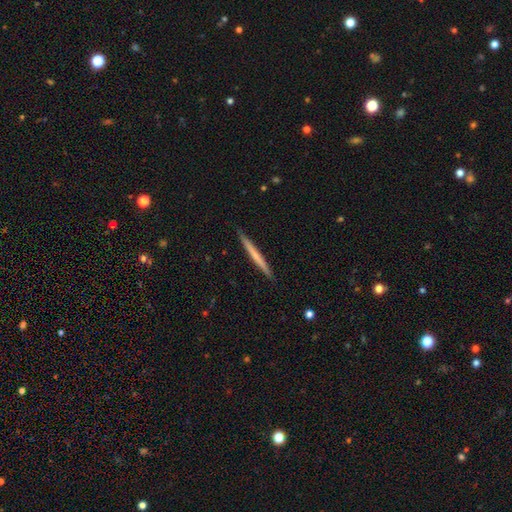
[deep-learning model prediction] Morphology: type=smooth (53%); roundness=cigar-shaped (97%); merging=none (91%).